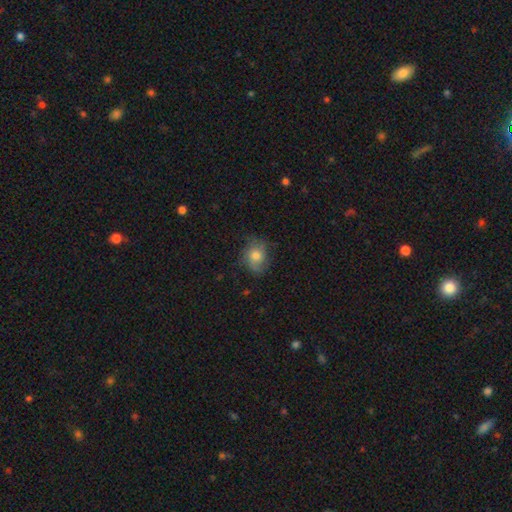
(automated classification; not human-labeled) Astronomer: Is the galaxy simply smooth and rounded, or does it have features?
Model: smooth — 65%.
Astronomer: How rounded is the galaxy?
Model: round — 57% (runner-up: in between, 42%).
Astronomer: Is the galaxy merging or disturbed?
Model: none — 64%.